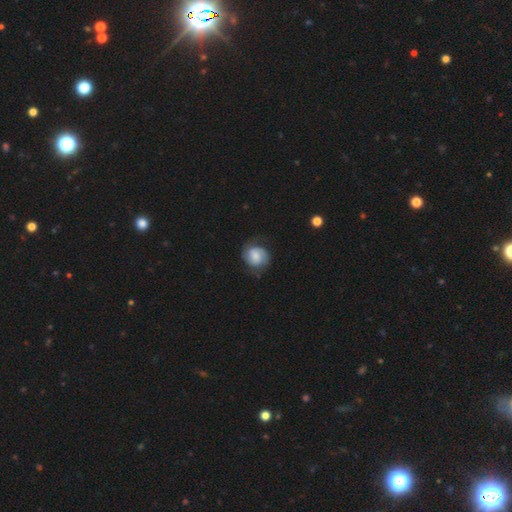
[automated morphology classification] smooth-or-featured: featured or disk: 52% | smooth: 40% | star or artifact: 7%
  disk-edge-on: no: 98% | yes: 2%
    bar: no: 58% | weak: 34% | strong: 7%
    has-spiral-arms: yes: 89% | no: 11%
    bulge-size: small: 44% | moderate: 33% | none: 12% | large: 8% | dominant: 2%
  merging: none: 70% | minor disturbance: 20% | major disturbance: 8% | merger: 1%